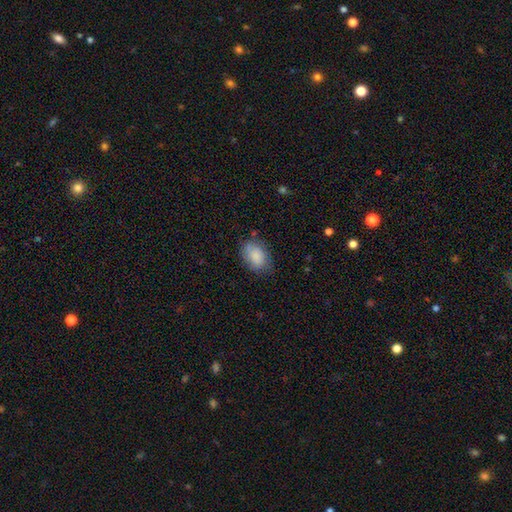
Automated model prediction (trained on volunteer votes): Smooth or featured? Predicted: smooth (p=0.84). How rounded? Predicted: in between (p=0.79). Merging? Predicted: none (p=0.72).